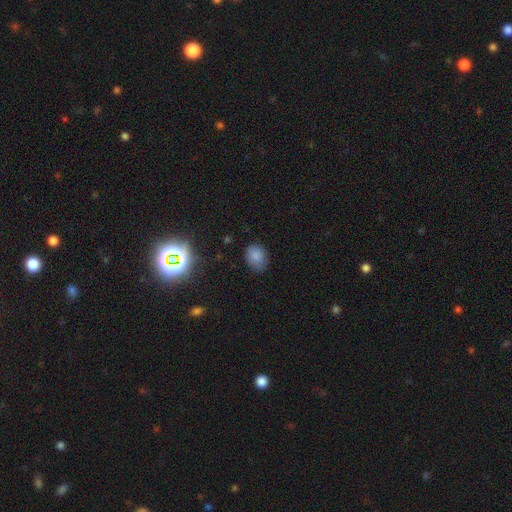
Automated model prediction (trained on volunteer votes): This is clearly a smooth galaxy (81%). How rounded: possibly in between (51%). Merging: likely none (75%).